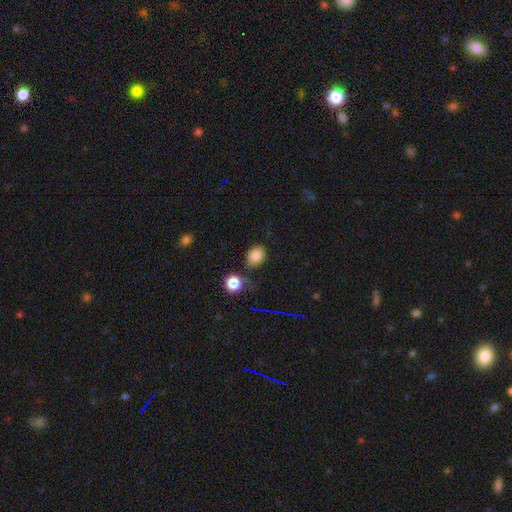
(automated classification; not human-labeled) Morphology: type=smooth (82%); roundness=in between (64%); merging=none (78%).